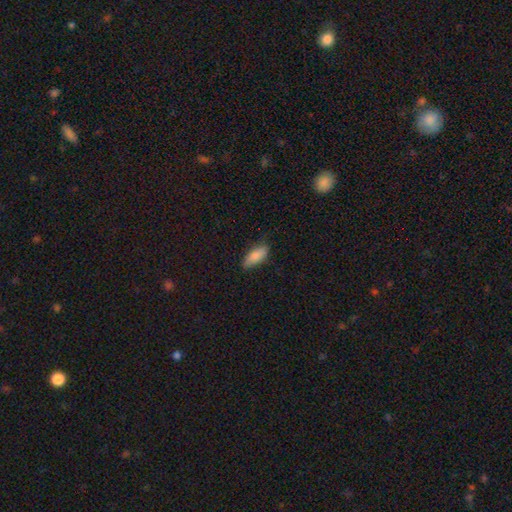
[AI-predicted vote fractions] Smooth or featured: smooth — 85% (featured or disk — 9%)
How rounded: in between — 79% (cigar-shaped — 18%)
Merging: none — 78% (minor disturbance — 18%)